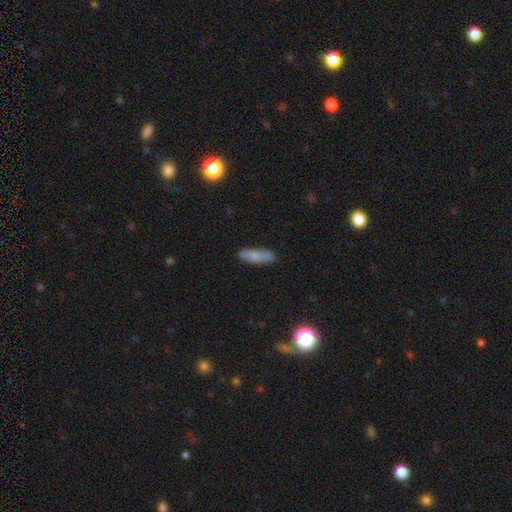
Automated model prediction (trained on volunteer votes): A smooth galaxy with no disk features (76%) that is in between round and cigar-shaped (51%).

Vote fractions:
- Smooth or featured? smooth: 76% / featured or disk: 17% / star or artifact: 7%
- How rounded? in between: 51% / cigar-shaped: 46% / round: 2%
- Merging? none: 82% / minor disturbance: 14% / major disturbance: 2% / merger: 2%